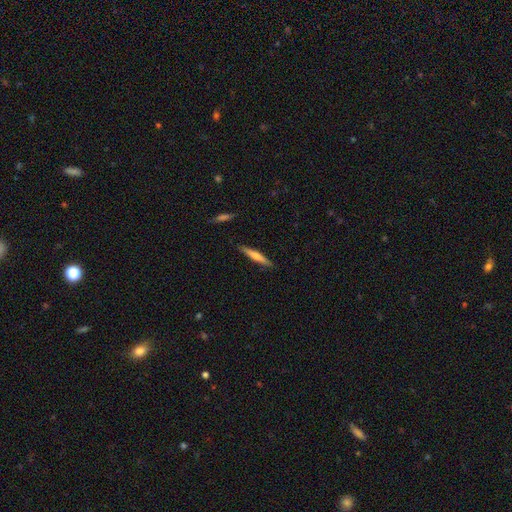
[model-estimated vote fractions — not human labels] A smooth galaxy with no disk features (50%) that is cigar-shaped (93%).

Vote fractions:
- Smooth or featured? smooth: 50% / featured or disk: 44% / star or artifact: 6%
- How rounded? cigar-shaped: 93% / in between: 6% / round: 1%
- Merging? none: 89% / minor disturbance: 8% / major disturbance: 2% / merger: 1%